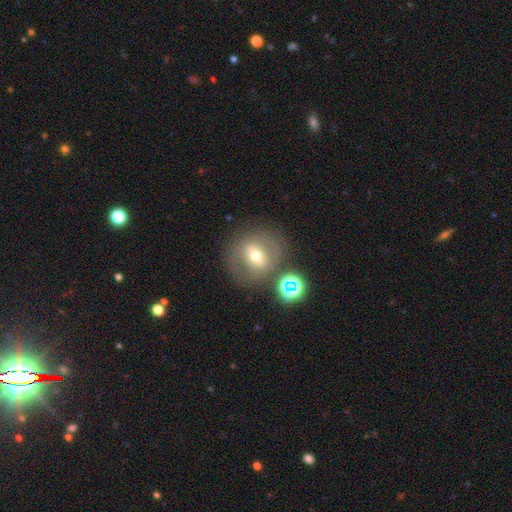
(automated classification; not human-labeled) The model was most divided on "smooth or featured": smooth: 44%, featured or disk: 43%, star or artifact: 13%. More confident: merging — none (68%).